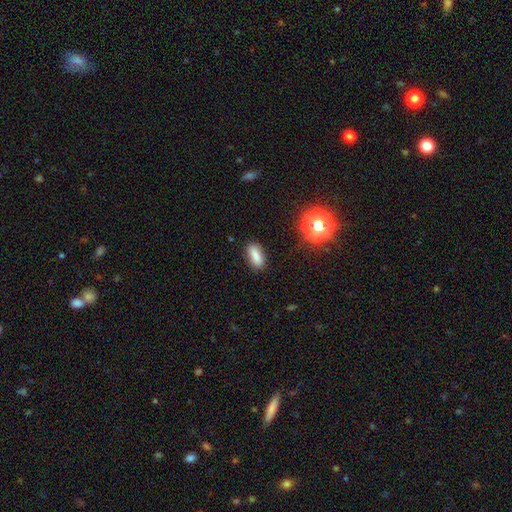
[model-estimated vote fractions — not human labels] Q: Smooth or featured?
A: smooth (83%); runner-up: star or artifact (10%)
Q: How rounded?
A: in between (76%); runner-up: cigar-shaped (21%)
Q: Merging?
A: none (86%); runner-up: minor disturbance (10%)